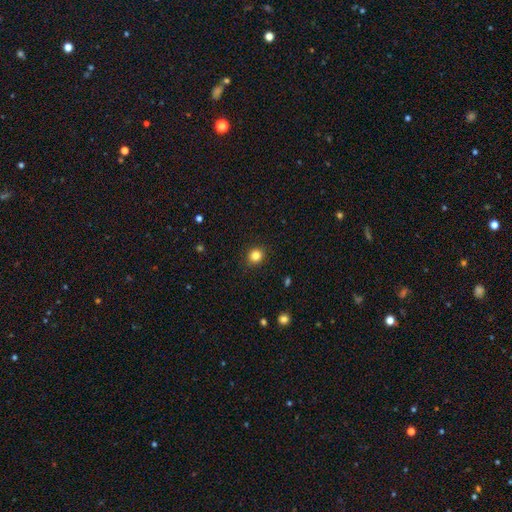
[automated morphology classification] smooth-or-featured: smooth: 83% | star or artifact: 12% | featured or disk: 5%
  how-rounded: round: 83% | in between: 16% | cigar-shaped: 1%
  merging: none: 91% | minor disturbance: 6% | major disturbance: 2% | merger: 1%